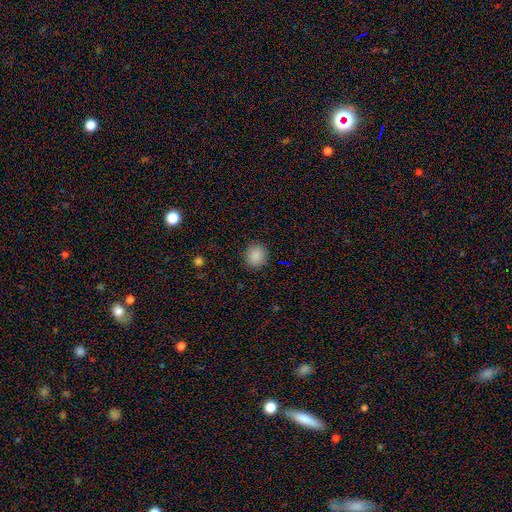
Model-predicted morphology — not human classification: Smooth or featured?
  - smooth: 88% *
  - star or artifact: 9%
  - featured or disk: 3%
How rounded?
  - round: 78% *
  - in between: 21%
  - cigar-shaped: 1%
Merging?
  - none: 89% *
  - minor disturbance: 7%
  - major disturbance: 2%
  - merger: 1%